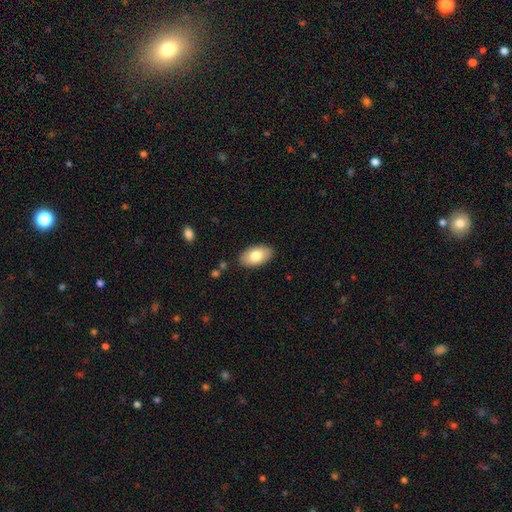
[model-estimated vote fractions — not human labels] A smooth galaxy with no disk features (78%) that is in between round and cigar-shaped (94%). Merging: none (87%).